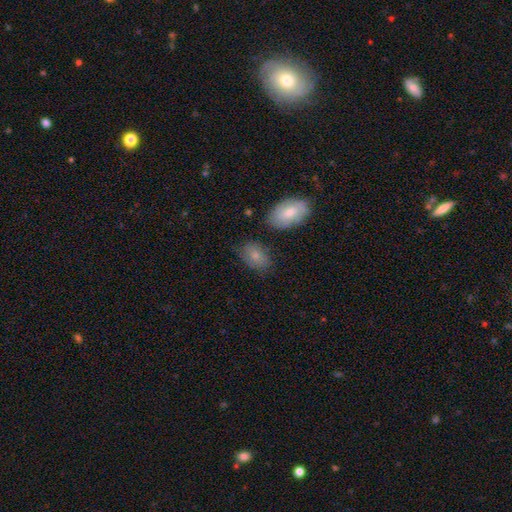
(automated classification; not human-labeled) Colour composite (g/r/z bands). It shows a smooth galaxy with no disk features (76%) that is in between round and cigar-shaped (84%). Merging: none (67%).